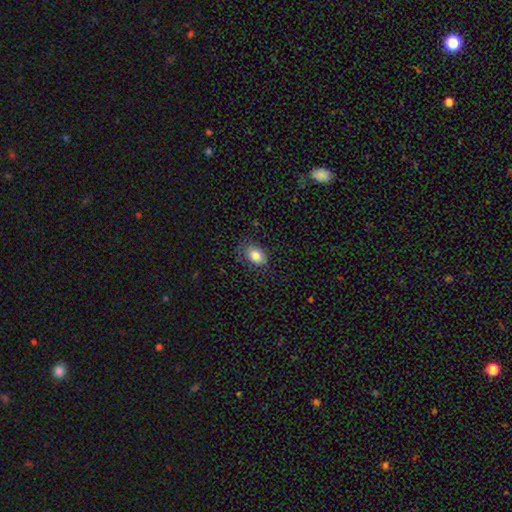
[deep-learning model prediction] Smooth or featured? Predicted: smooth (p=0.82). How rounded? Predicted: in between (p=0.84). Merging? Predicted: none (p=0.72).